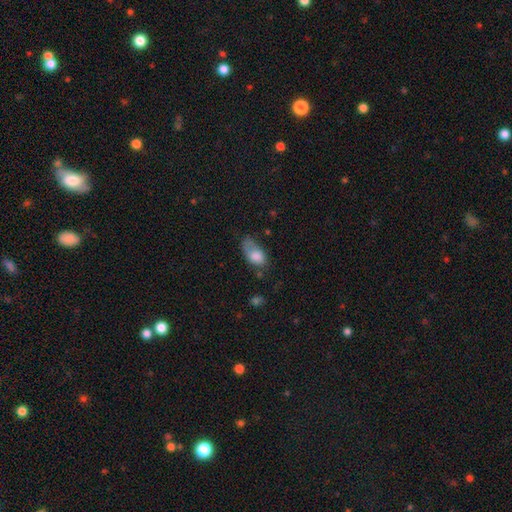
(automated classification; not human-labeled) A smooth galaxy with no disk features (76%) that is in between round and cigar-shaped (91%). Merging: minor disturbance (36%).